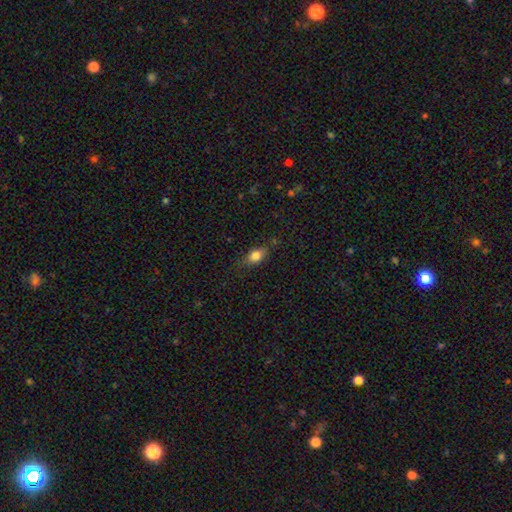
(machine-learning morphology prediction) type=smooth (78%); roundness=in between (76%); merging=none (74%).